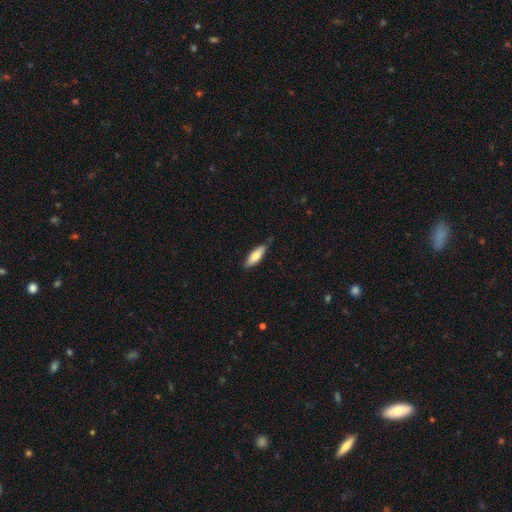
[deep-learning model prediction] Overall: smooth (74%). How rounded: in between (56%; cigar-shaped 42%). Merging: none (78%).